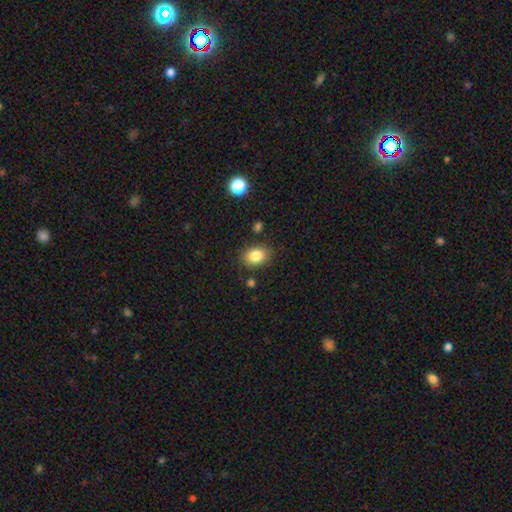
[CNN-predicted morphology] Smooth or featured?
  - smooth: 84% *
  - star or artifact: 9%
  - featured or disk: 7%
How rounded?
  - in between: 67% *
  - round: 32%
  - cigar-shaped: 1%
Merging?
  - none: 83% *
  - minor disturbance: 11%
  - major disturbance: 3%
  - merger: 3%